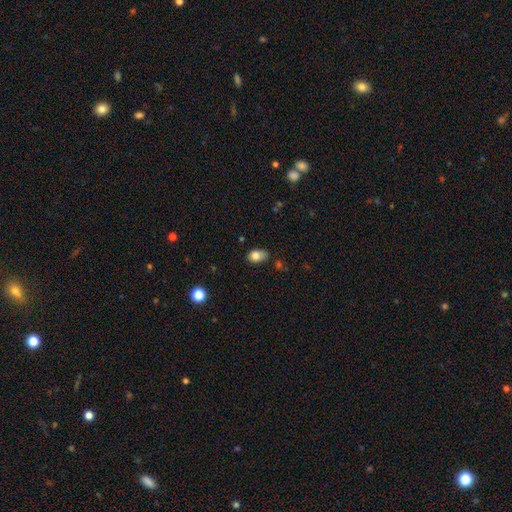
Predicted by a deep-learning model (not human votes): Morphology: type=smooth (81%); roundness=in between (79%); merging=none (57%).